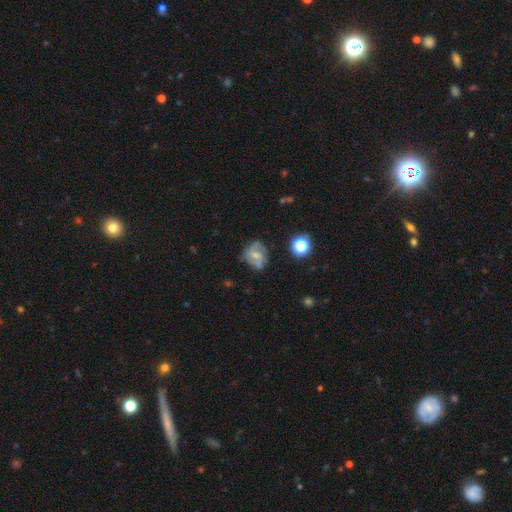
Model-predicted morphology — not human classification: Overall: featured or disk (55%; smooth 35%). Edge-on disk: no (97%). Bar: weak (47%; no 39%). Spiral arms: yes (76%). Bulge size: moderate (43%; small 41%). Merging: none (56%; minor disturbance 27%).